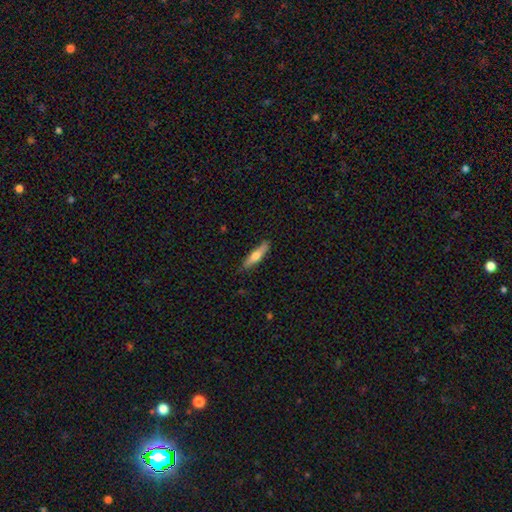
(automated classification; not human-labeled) Overall: smooth (58%; featured or disk 36%). How rounded: cigar-shaped (76%). Merging: none (84%).